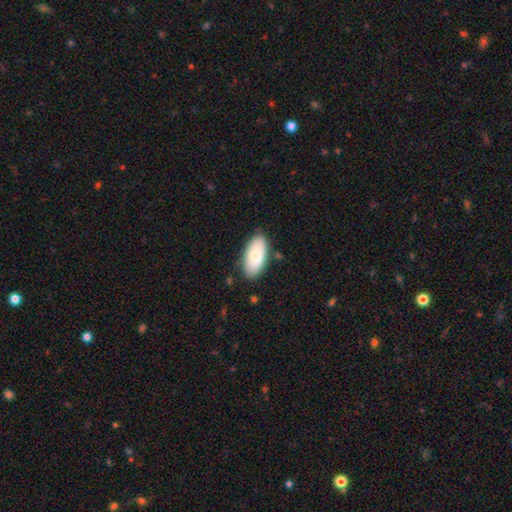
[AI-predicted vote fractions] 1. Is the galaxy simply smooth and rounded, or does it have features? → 82% smooth, 12% featured or disk, 6% star or artifact.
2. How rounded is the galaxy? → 94% in between, 4% cigar-shaped, 2% round.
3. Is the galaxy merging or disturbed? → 83% none, 13% minor disturbance, 3% major disturbance, 2% merger.